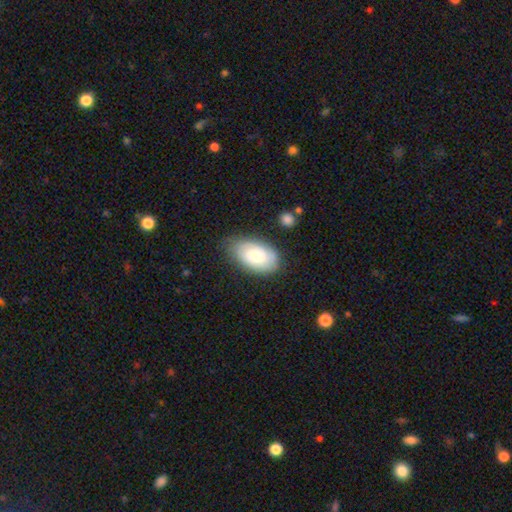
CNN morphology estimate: A smooth galaxy with no disk features (72%) that is in between round and cigar-shaped (94%).

Vote fractions:
- Smooth or featured? smooth: 72% / featured or disk: 22% / star or artifact: 6%
- How rounded? in between: 94% / round: 4% / cigar-shaped: 2%
- Merging? none: 73% / minor disturbance: 21% / major disturbance: 4% / merger: 2%